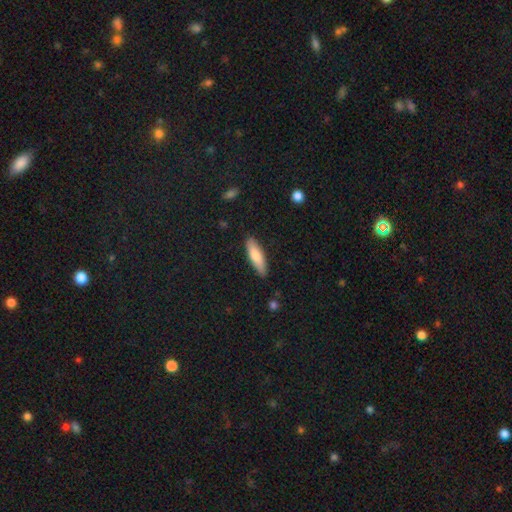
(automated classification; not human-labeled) Morphology: type=smooth (79%); roundness=cigar-shaped (59%); merging=none (85%).